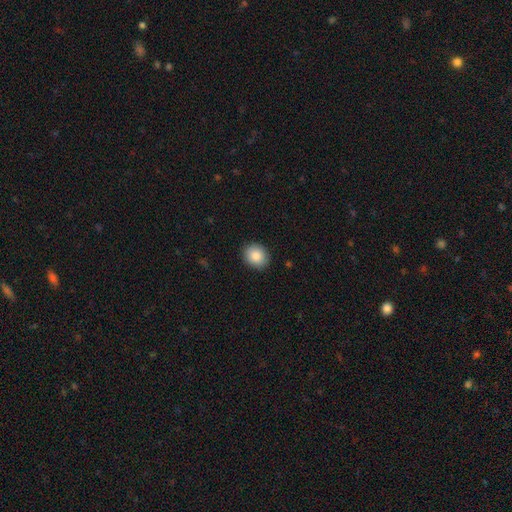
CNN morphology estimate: Smooth or featured: smooth — 86% (star or artifact — 8%)
How rounded: round — 64% (in between — 35%)
Merging: none — 89% (minor disturbance — 8%)